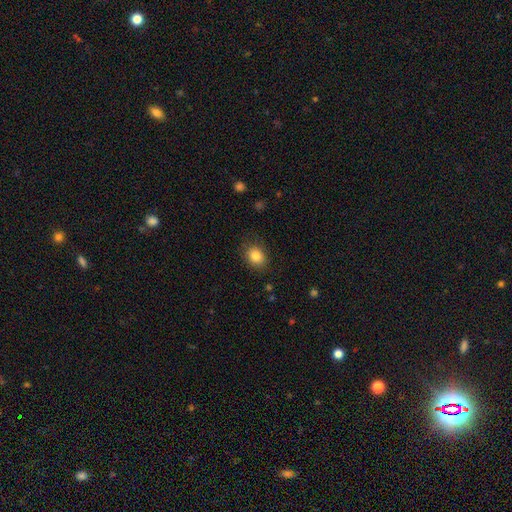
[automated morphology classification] A smooth galaxy with no disk features (84%) that is round (51%).

Vote fractions:
- Smooth or featured? smooth: 84% / star or artifact: 10% / featured or disk: 7%
- How rounded? round: 51% / in between: 48% / cigar-shaped: 1%
- Merging? none: 84% / minor disturbance: 12% / major disturbance: 3% / merger: 1%